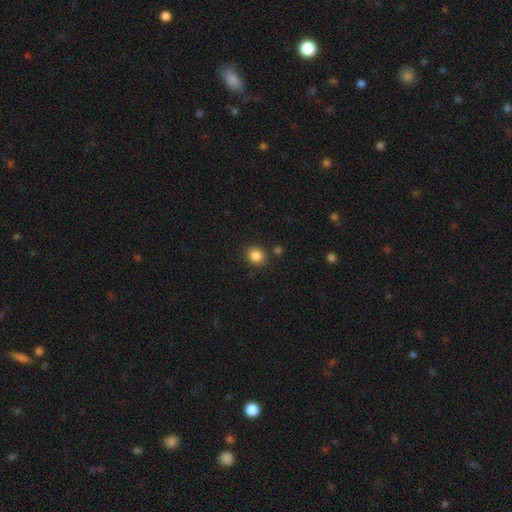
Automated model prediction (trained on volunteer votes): Smooth or featured?
  - smooth: 85% *
  - star or artifact: 11%
  - featured or disk: 4%
How rounded?
  - round: 82% *
  - in between: 18%
  - cigar-shaped: 1%
Merging?
  - none: 86% *
  - minor disturbance: 8%
  - merger: 4%
  - major disturbance: 2%